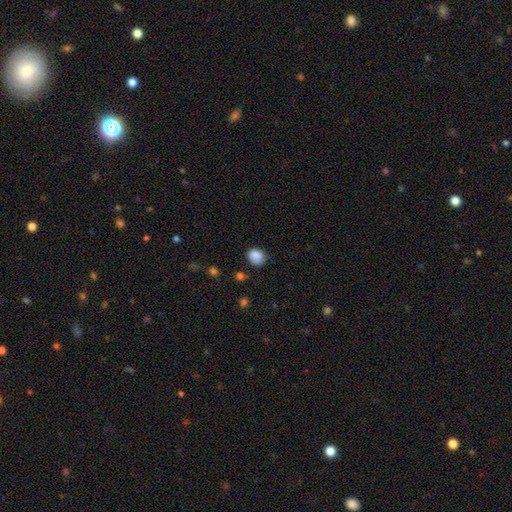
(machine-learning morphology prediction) Smooth or featured? Predicted: smooth (p=0.85). How rounded? Predicted: round (p=0.56). Merging? Predicted: none (p=0.67).